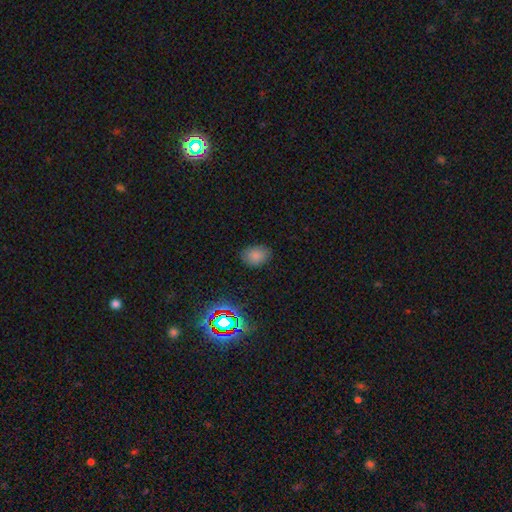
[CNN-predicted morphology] Smooth or featured?
  - smooth: 80% *
  - star or artifact: 14%
  - featured or disk: 6%
How rounded?
  - in between: 73% *
  - round: 26%
  - cigar-shaped: 1%
Merging?
  - none: 83% *
  - minor disturbance: 13%
  - major disturbance: 3%
  - merger: 1%